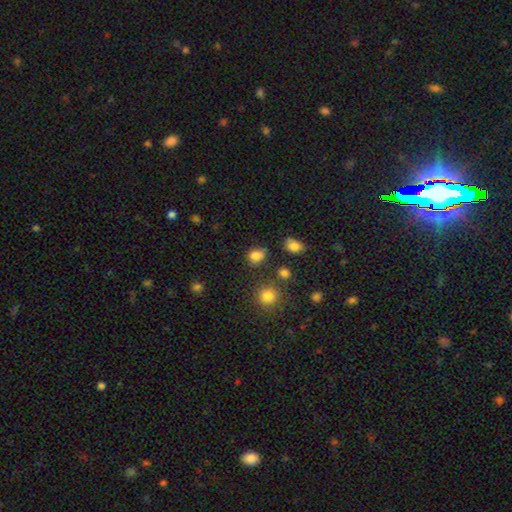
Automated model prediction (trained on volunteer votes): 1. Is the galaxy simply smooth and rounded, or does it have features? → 81% smooth, 14% star or artifact, 5% featured or disk.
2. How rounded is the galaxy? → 50% in between, 48% round, 1% cigar-shaped.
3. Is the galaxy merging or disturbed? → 66% none, 20% minor disturbance, 7% merger, 7% major disturbance.